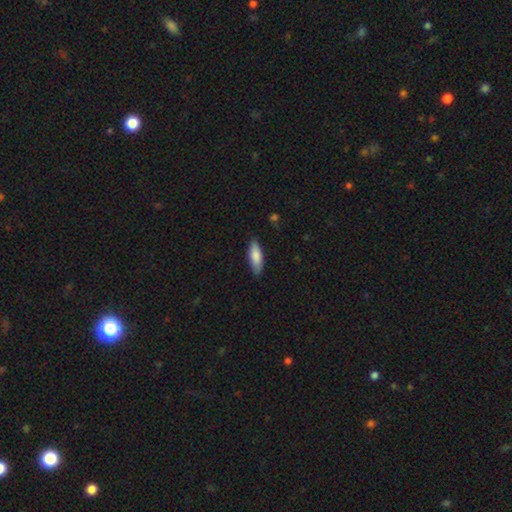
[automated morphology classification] The model was most divided on "how rounded": in between: 63%, cigar-shaped: 36%, round: 2%. More confident: merging — none (84%); smooth or featured — smooth (84%).